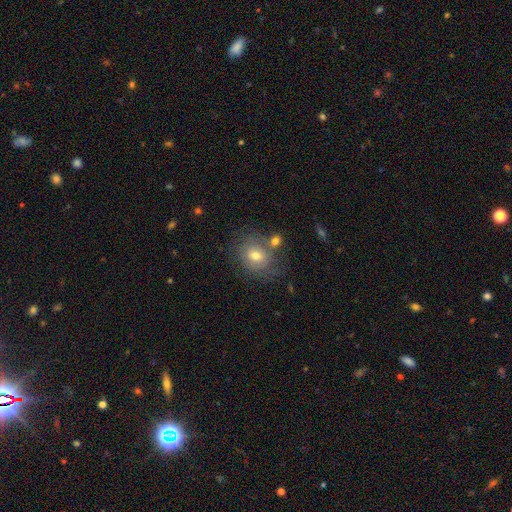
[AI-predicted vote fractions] smooth-or-featured: smooth: 60% | featured or disk: 29% | star or artifact: 11%
  how-rounded: round: 66% | in between: 33% | cigar-shaped: 1%
  merging: none: 58% | minor disturbance: 18% | merger: 14% | major disturbance: 9%